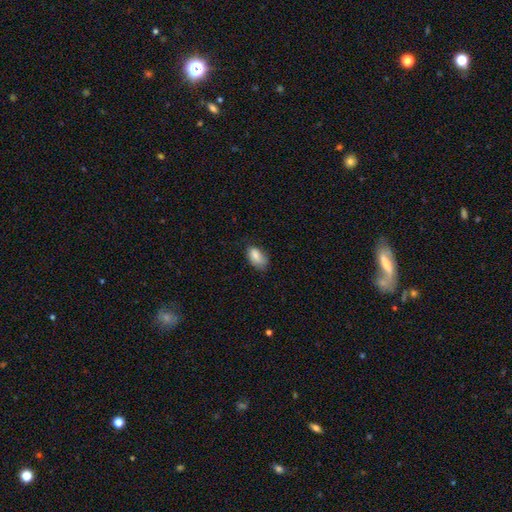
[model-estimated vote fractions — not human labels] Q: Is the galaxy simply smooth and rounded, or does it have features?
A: smooth — 84%.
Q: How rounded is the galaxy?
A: in between — 93%.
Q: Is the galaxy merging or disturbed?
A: none — 59%.